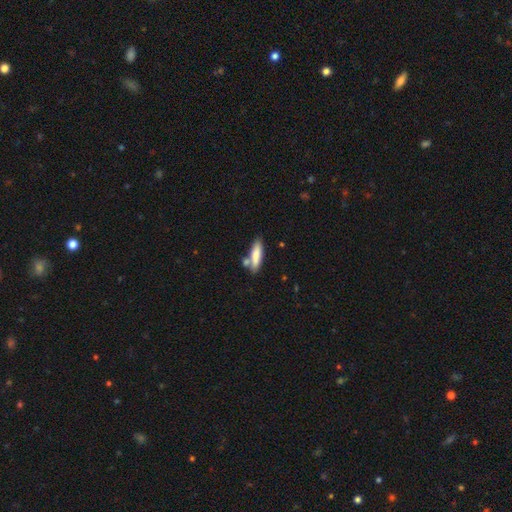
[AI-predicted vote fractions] Smooth or featured?
  - smooth: 80% *
  - featured or disk: 14%
  - star or artifact: 6%
How rounded?
  - cigar-shaped: 62% *
  - in between: 36%
  - round: 2%
Merging?
  - none: 62% *
  - merger: 18%
  - minor disturbance: 15%
  - major disturbance: 4%